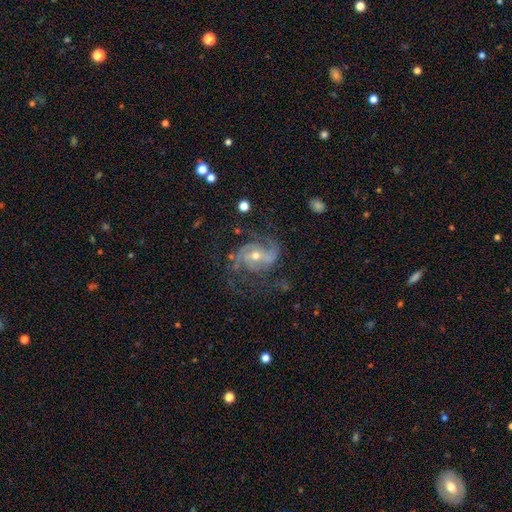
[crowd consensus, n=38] A featured or disk galaxy (92%) with no bar (49%), 2 (53%) medium (59%) spiral arms (97%) and a moderate central bulge (51%). Merging: none (72%).